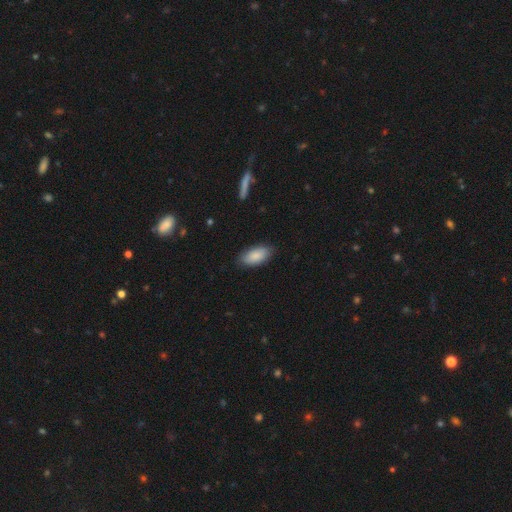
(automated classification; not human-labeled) A smooth galaxy with no disk features (86%) that is in between round and cigar-shaped (92%).

Vote fractions:
- Smooth or featured? smooth: 86% / featured or disk: 8% / star or artifact: 6%
- How rounded? in between: 92% / cigar-shaped: 6% / round: 2%
- Merging? none: 83% / minor disturbance: 14% / major disturbance: 3% / merger: 1%